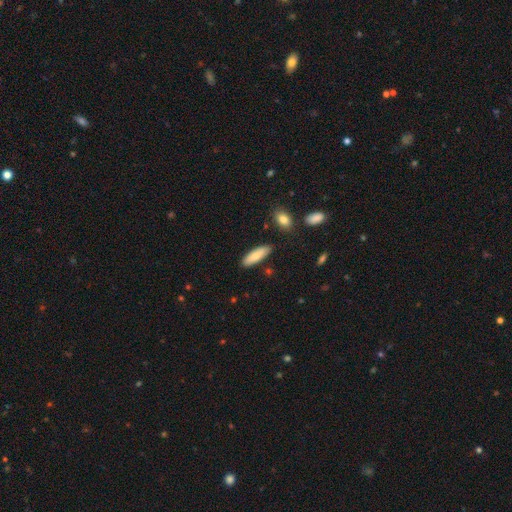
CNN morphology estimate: Smooth or featured? smooth (78%)
How rounded? cigar-shaped (50%)
Merging? none (85%)